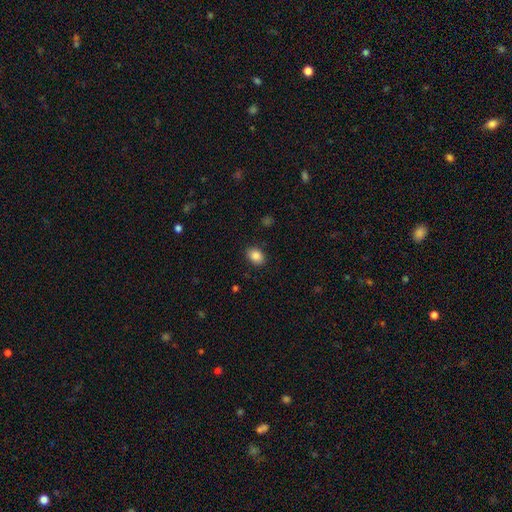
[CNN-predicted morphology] Smooth or featured? smooth (87%)
How rounded? in between (68%)
Merging? none (88%)